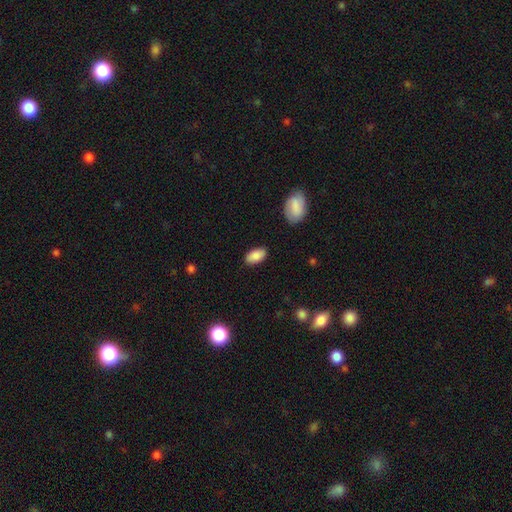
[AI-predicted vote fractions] A smooth galaxy with no disk features (87%) that is in between round and cigar-shaped (94%).

Vote fractions:
- Smooth or featured? smooth: 87% / star or artifact: 7% / featured or disk: 6%
- How rounded? in between: 94% / round: 3% / cigar-shaped: 3%
- Merging? none: 86% / minor disturbance: 10% / major disturbance: 2% / merger: 1%